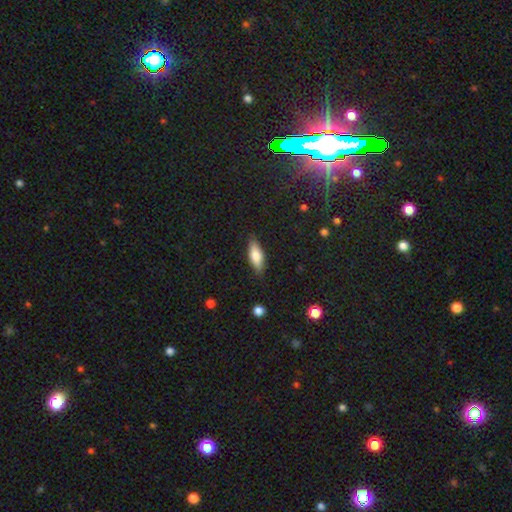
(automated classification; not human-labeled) Morphology: type=smooth (71%); roundness=in between (62%); merging=none (86%).